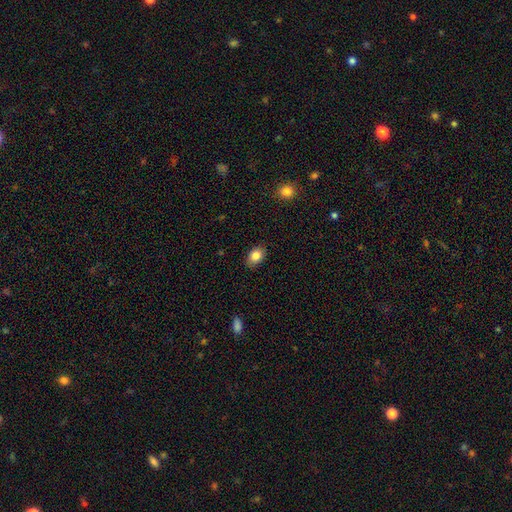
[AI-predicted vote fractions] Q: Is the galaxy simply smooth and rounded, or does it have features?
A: smooth — 83%.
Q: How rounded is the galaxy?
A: in between — 81%.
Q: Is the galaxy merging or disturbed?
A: none — 86%.